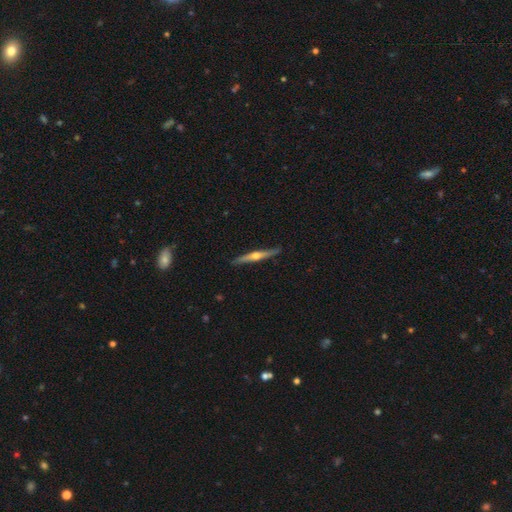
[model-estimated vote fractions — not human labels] A featured or disk galaxy (69%) viewed edge-on (98%) with a rounded central bulge (88%).

Vote fractions:
- Smooth or featured? featured or disk: 69% / smooth: 25% / star or artifact: 5%
- Edge-on disk? yes: 98% / no: 2%
- Edge-on bulge? rounded: 88% / none: 7% / boxy: 4%
- Merging? none: 88% / minor disturbance: 10% / major disturbance: 2% / merger: 1%